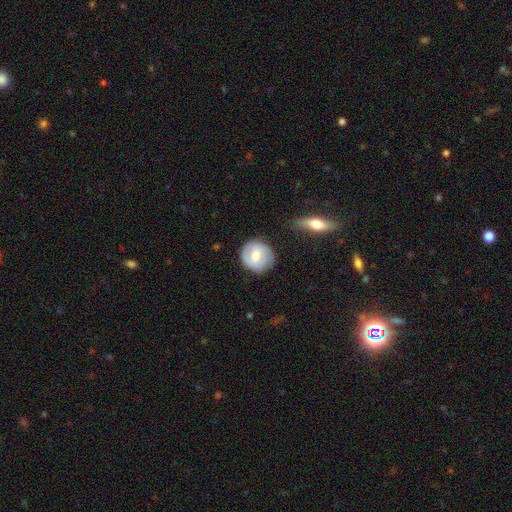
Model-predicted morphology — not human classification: A smooth galaxy with no disk features (48%). Merging: none (78%).